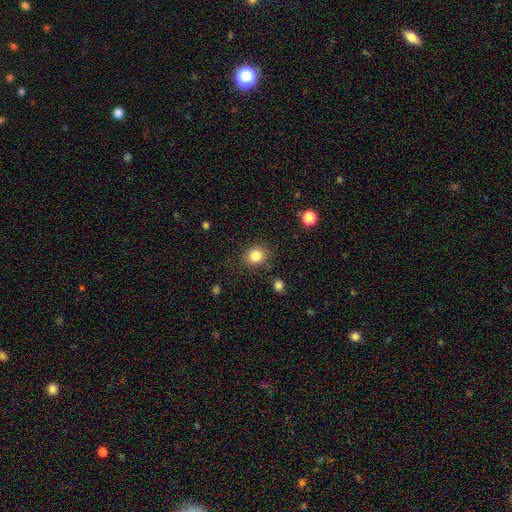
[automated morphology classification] smooth-or-featured: smooth: 83% | star or artifact: 11% | featured or disk: 6%
  how-rounded: round: 68% | in between: 31% | cigar-shaped: 1%
  merging: none: 84% | minor disturbance: 10% | major disturbance: 3% | merger: 2%